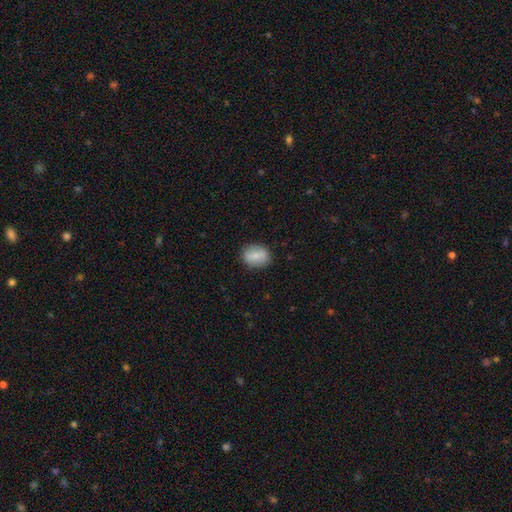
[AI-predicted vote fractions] Smooth or featured? smooth (76%)
How rounded? in between (63%)
Merging? none (86%)